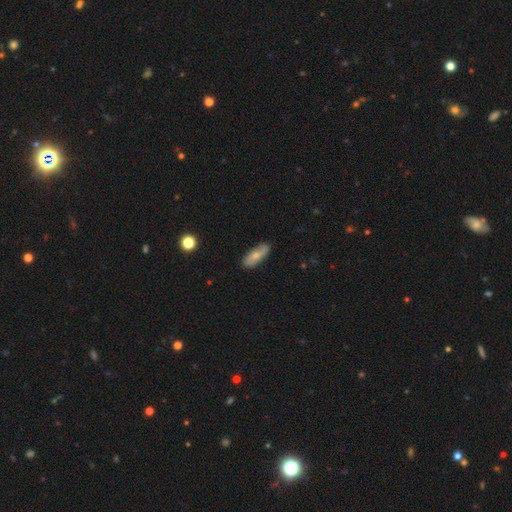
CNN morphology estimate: Overall: smooth (64%; featured or disk 30%). How rounded: in between (71%). Merging: none (80%).